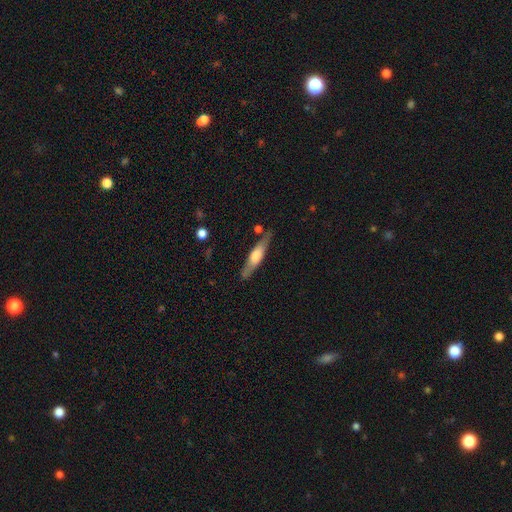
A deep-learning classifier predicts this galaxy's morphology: Smooth or featured? featured or disk (55%)
Edge-on disk? yes (92%)
Edge-on bulge? rounded (76%)
Merging? none (81%)